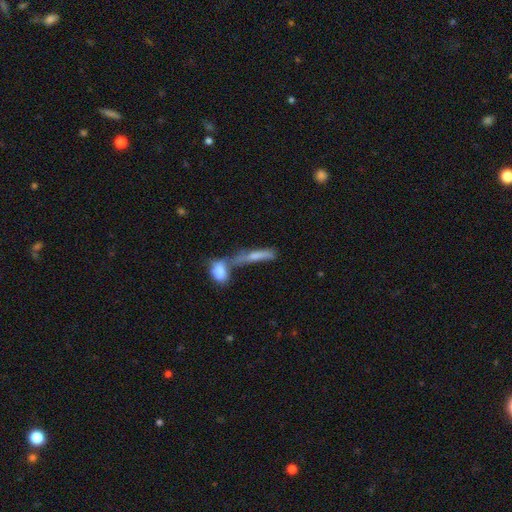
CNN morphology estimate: The model was most divided on "merging": merger: 47%, none: 36%, minor disturbance: 11%, major disturbance: 7%. More confident: how rounded — cigar-shaped (74%); smooth or featured — smooth (54%).